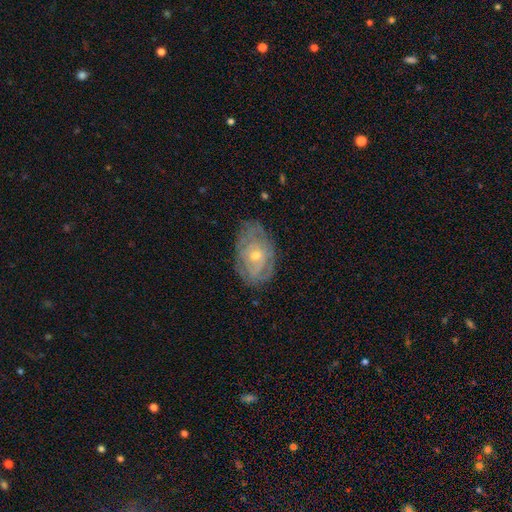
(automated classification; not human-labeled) smooth-or-featured: featured or disk: 73% | smooth: 20% | star or artifact: 7%
  disk-edge-on: no: 95% | yes: 5%
    bar: no: 79% | weak: 18% | strong: 3%
    has-spiral-arms: yes: 79% | no: 21%
      spiral-winding: tight: 73% | medium: 20% | loose: 7%
      spiral-arm-count: can't tell: 60% | 2: 16% | 3: 9% | 4: 7% | more than 4: 5% | 1: 4%
    bulge-size: small: 57% | moderate: 40% | large: 1% | none: 1% | dominant: 1%
  merging: none: 73% | minor disturbance: 19% | major disturbance: 6% | merger: 1%